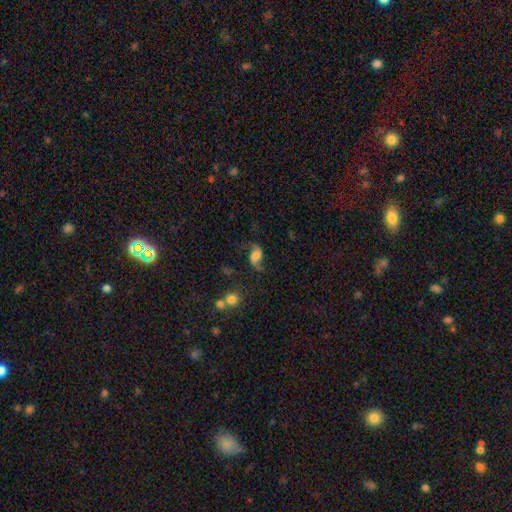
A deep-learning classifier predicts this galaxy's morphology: This is likely a featured or disk galaxy (80%). It is clearly not viewed edge-on (97%). Bar: possibly no (51%). Spiral arm pattern: clearly yes (96%). Spiral arm count: clearly 2 (93%). Spiral winding: clearly loose (84%). Central bulge: marginally moderate (32%). Merging: likely none (71%).